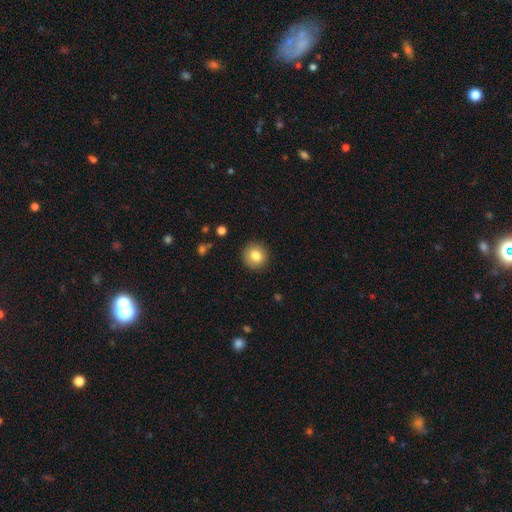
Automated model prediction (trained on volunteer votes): smooth 83%, star or artifact 9%, featured or disk 8%. Down the decision tree: how rounded — round (93%); merging — none (91%).